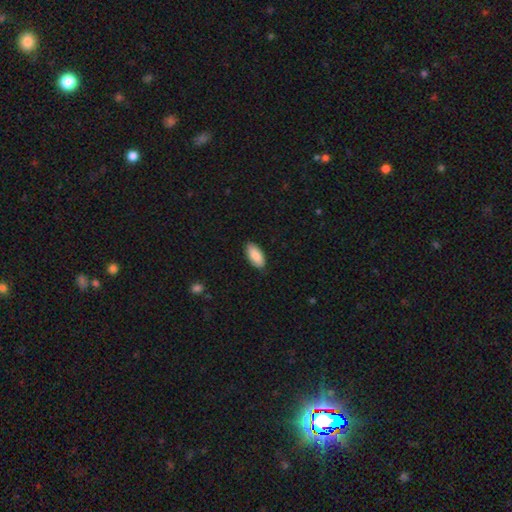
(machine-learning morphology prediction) smooth 87%, featured or disk 7%, star or artifact 6%. Down the decision tree: how rounded — in between (92%); merging — none (87%).